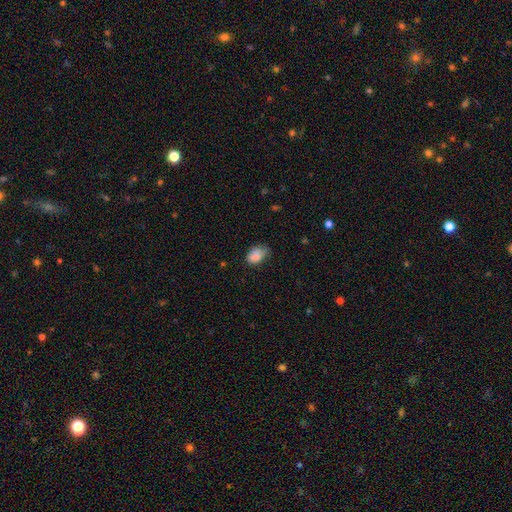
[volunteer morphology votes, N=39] smooth_or_featured: smooth (p=0.79) [alt: featured or disk p=0.10]
how_rounded: in between (p=0.90) [alt: round p=0.10]
merging: none (p=0.57) [alt: minor disturbance p=0.26]